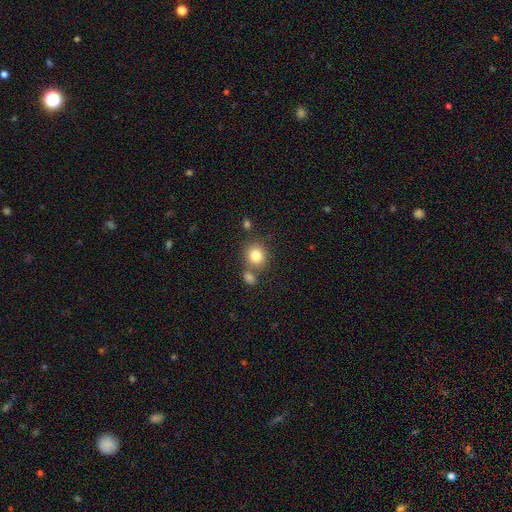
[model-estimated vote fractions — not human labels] A smooth galaxy with no disk features (81%) that is round (83%). Merging: none (67%).